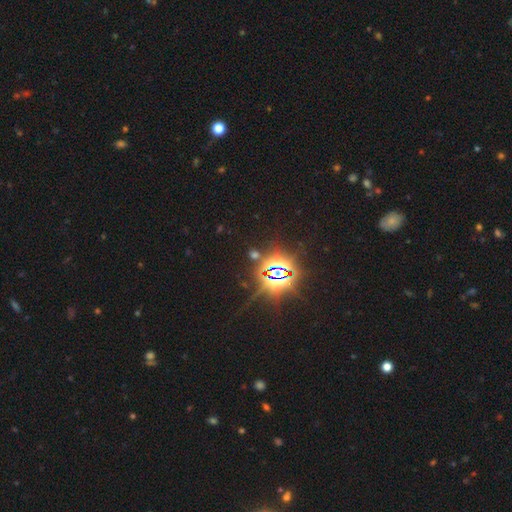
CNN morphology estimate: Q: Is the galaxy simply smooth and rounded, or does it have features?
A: star or artifact — 85%.